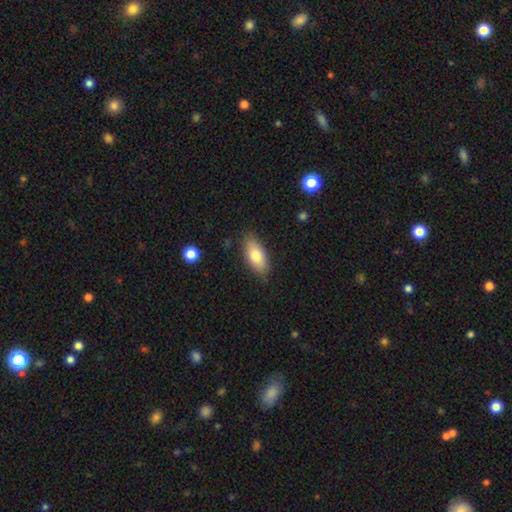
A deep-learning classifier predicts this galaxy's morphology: smooth_or_featured: smooth (p=0.76) [alt: featured or disk p=0.17]
how_rounded: in between (p=0.85) [alt: cigar-shaped p=0.12]
merging: none (p=0.83) [alt: minor disturbance p=0.13]